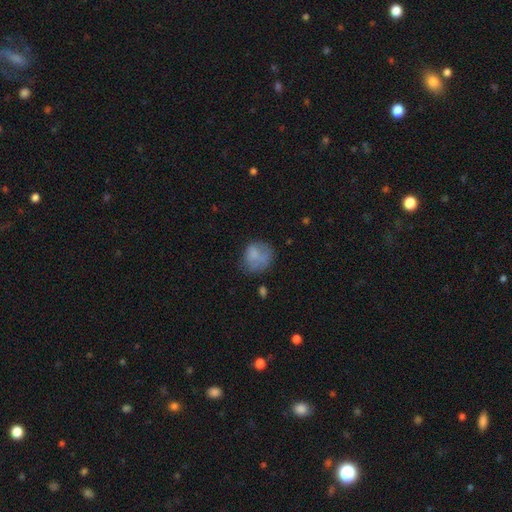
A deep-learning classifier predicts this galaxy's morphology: The model was most divided on "merging": none: 50%, minor disturbance: 28%, major disturbance: 18%, merger: 4%. More confident: smooth or featured — smooth (72%); how rounded — round (69%).